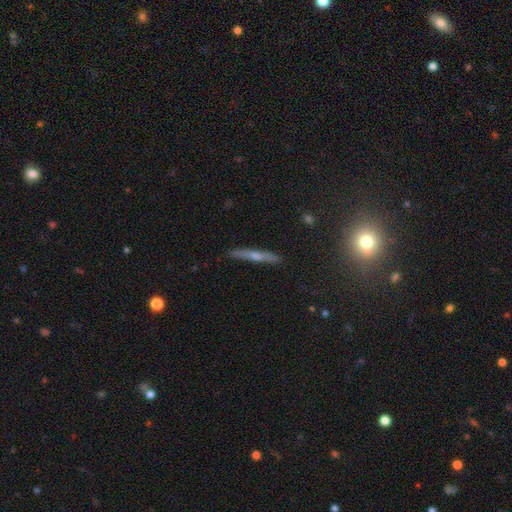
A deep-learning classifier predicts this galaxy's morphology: This appears to be a featured or disk galaxy (54%) viewed edge-on (95%) with a rounded central bulge (70%). Merging: none (88%).